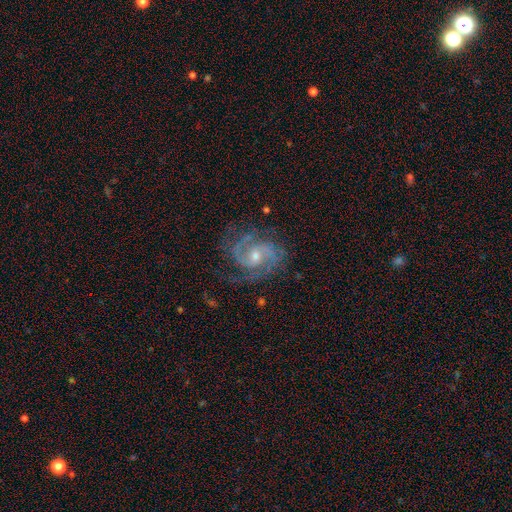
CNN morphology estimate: type=featured or disk (91%); edge-on=no (98%); bar=no (54%); spiral arms=yes (98%); winding=medium (53%); arm count=2 (77%); bulge=small (50%); merging=none (73%).